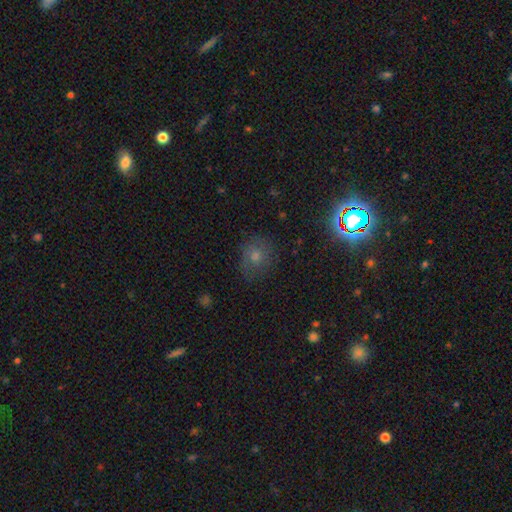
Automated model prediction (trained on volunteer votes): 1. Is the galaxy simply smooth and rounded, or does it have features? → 68% smooth, 17% star or artifact, 15% featured or disk.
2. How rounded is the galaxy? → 74% round, 25% in between, 1% cigar-shaped.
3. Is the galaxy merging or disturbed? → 71% none, 19% minor disturbance, 8% major disturbance, 2% merger.